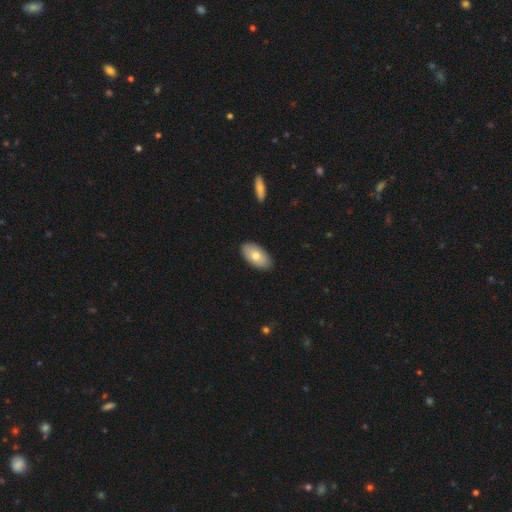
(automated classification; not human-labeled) smooth-or-featured: smooth: 72% | featured or disk: 21% | star or artifact: 6%
  how-rounded: in between: 95% | round: 3% | cigar-shaped: 3%
  merging: none: 88% | minor disturbance: 9% | major disturbance: 2% | merger: 1%